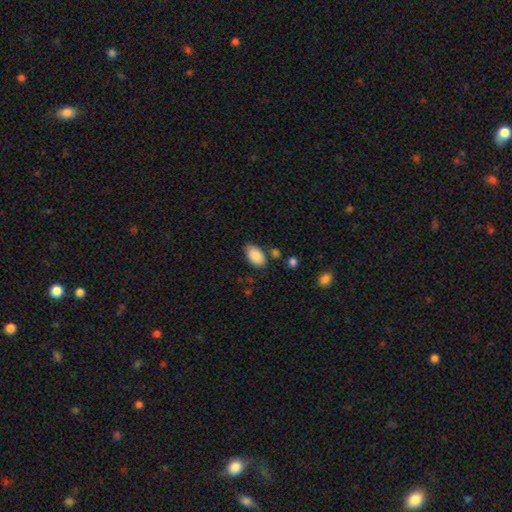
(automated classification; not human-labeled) Overall: smooth (89%). How rounded: in between (94%). Merging: none (74%).